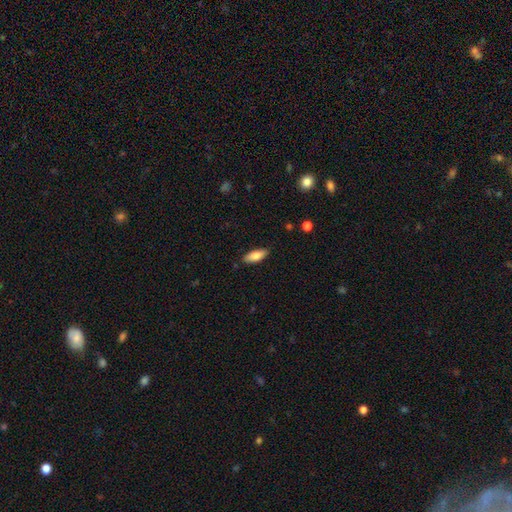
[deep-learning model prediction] Smooth or featured? Predicted: smooth (p=0.81). How rounded? Predicted: in between (p=0.73). Merging? Predicted: none (p=0.86).